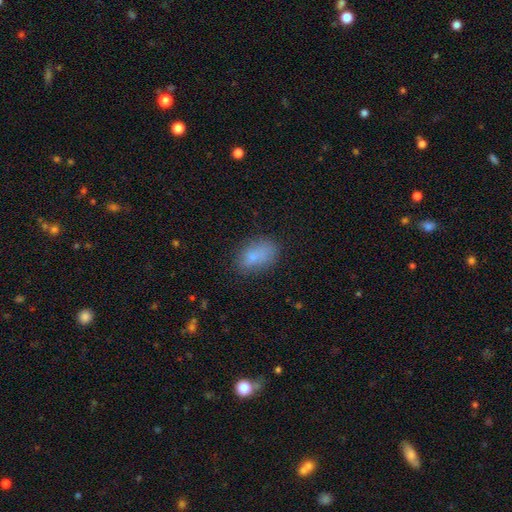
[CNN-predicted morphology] Smooth or featured: smooth — 81% (star or artifact — 10%)
How rounded: in between — 88% (round — 10%)
Merging: none — 74% (minor disturbance — 18%)